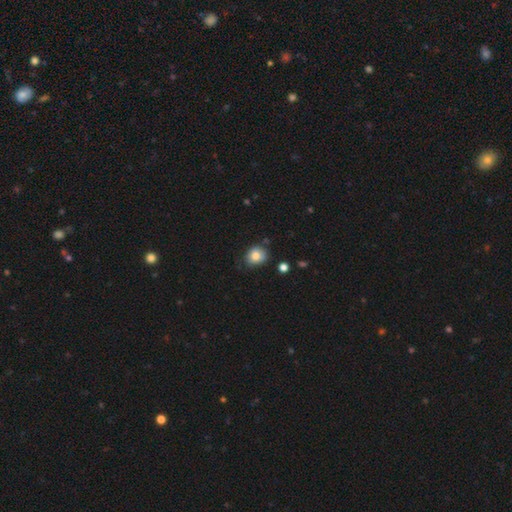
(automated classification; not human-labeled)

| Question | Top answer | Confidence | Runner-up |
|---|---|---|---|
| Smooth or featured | smooth | 80% | featured or disk (10%) |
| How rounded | round | 63% | in between (36%) |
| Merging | none | 72% | minor disturbance (21%) |